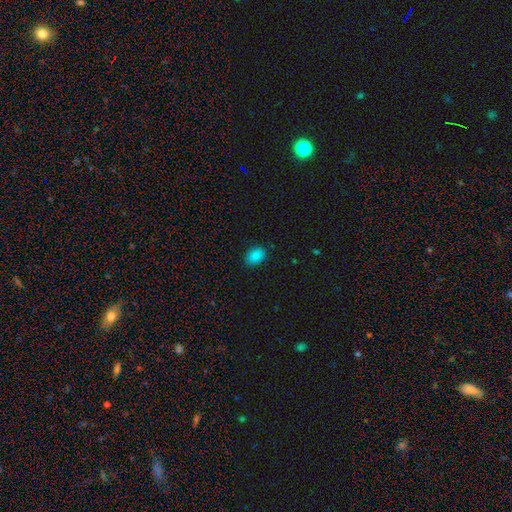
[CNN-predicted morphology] Overall: smooth (86%). How rounded: in between (79%). Merging: none (84%).